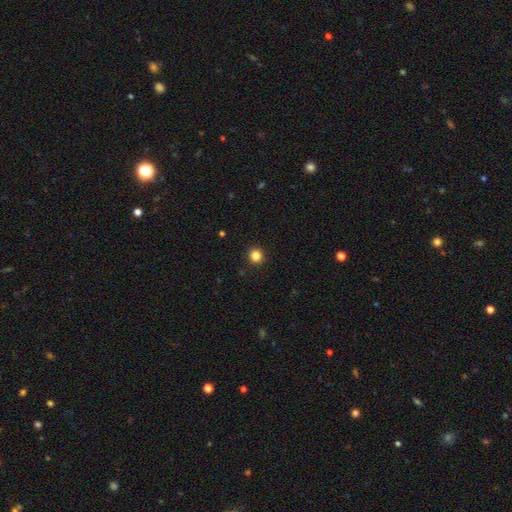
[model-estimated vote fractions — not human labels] Overall: smooth (84%). How rounded: round (94%). Merging: none (93%).